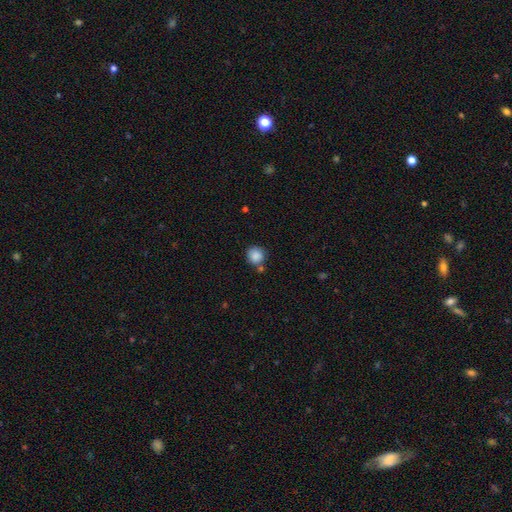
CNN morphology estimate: A smooth galaxy with no disk features (87%) that is round (88%).

Vote fractions:
- Smooth or featured? smooth: 87% / star or artifact: 9% / featured or disk: 4%
- How rounded? round: 88% / in between: 11% / cigar-shaped: 1%
- Merging? none: 69% / minor disturbance: 14% / merger: 13% / major disturbance: 4%